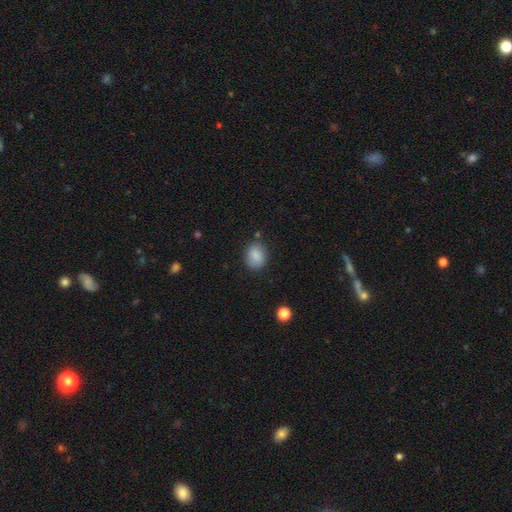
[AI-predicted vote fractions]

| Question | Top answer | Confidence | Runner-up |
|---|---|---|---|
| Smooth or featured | smooth | 87% | star or artifact (8%) |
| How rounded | in between | 54% | round (45%) |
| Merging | none | 79% | minor disturbance (14%) |